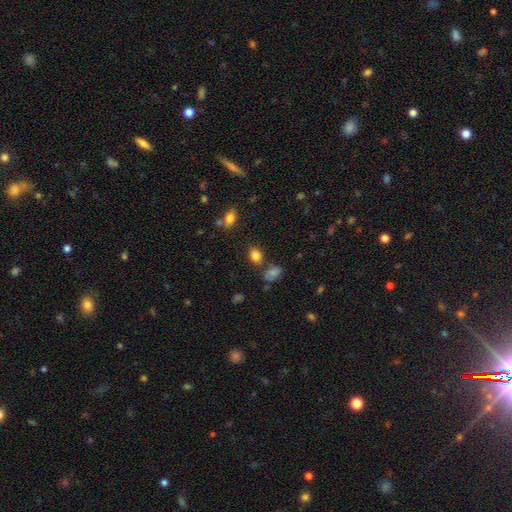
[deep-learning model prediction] Smooth or featured?
  - smooth: 82% *
  - star or artifact: 12%
  - featured or disk: 7%
How rounded?
  - in between: 61% *
  - round: 38%
  - cigar-shaped: 1%
Merging?
  - none: 72% *
  - minor disturbance: 14%
  - merger: 10%
  - major disturbance: 4%